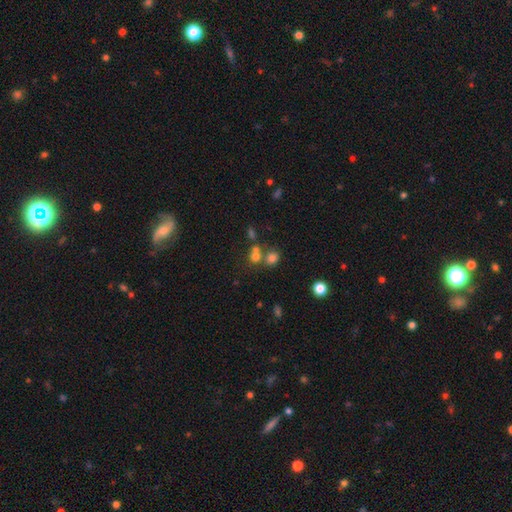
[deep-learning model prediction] A smooth galaxy with no disk features (68%) that is round (74%).

Vote fractions:
- Smooth or featured? smooth: 68% / star or artifact: 20% / featured or disk: 12%
- How rounded? round: 74% / in between: 25% / cigar-shaped: 1%
- Merging? none: 46% / merger: 42% / minor disturbance: 8% / major disturbance: 5%